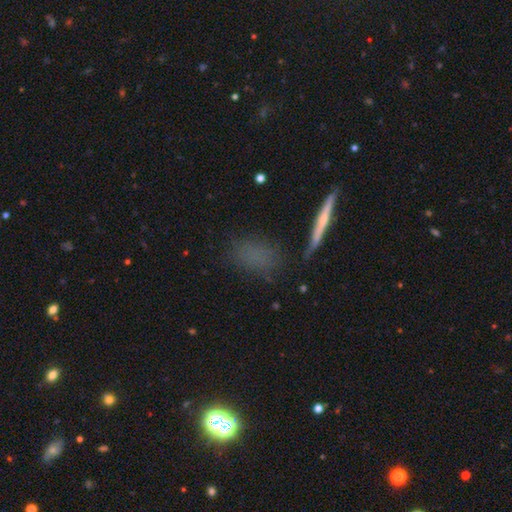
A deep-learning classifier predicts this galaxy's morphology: Q: Smooth or featured?
A: smooth (64%); runner-up: featured or disk (19%)
Q: How rounded?
A: in between (55%); runner-up: cigar-shaped (29%)
Q: Merging?
A: none (70%); runner-up: minor disturbance (19%)